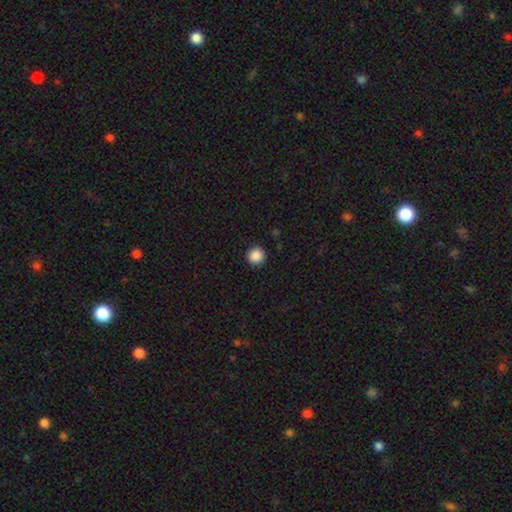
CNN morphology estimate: A smooth galaxy with no disk features (88%) that is round (96%).

Vote fractions:
- Smooth or featured? smooth: 88% / star or artifact: 10% / featured or disk: 2%
- How rounded? round: 96% / in between: 3% / cigar-shaped: 1%
- Merging? none: 93% / minor disturbance: 5% / major disturbance: 2% / merger: 1%